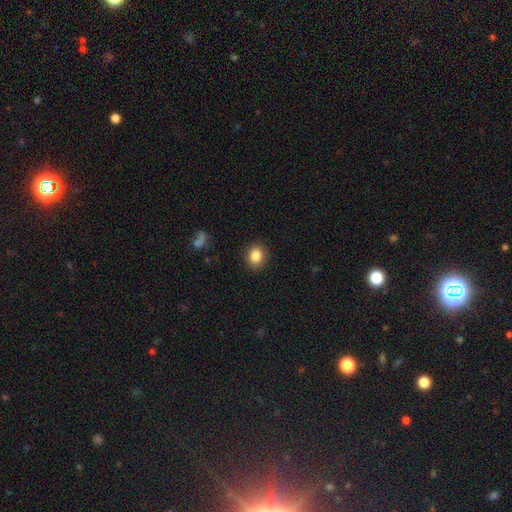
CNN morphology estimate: smooth_or_featured: smooth (p=0.86) [alt: star or artifact p=0.09]
how_rounded: round (p=0.74) [alt: in between p=0.25]
merging: none (p=0.90) [alt: minor disturbance p=0.07]